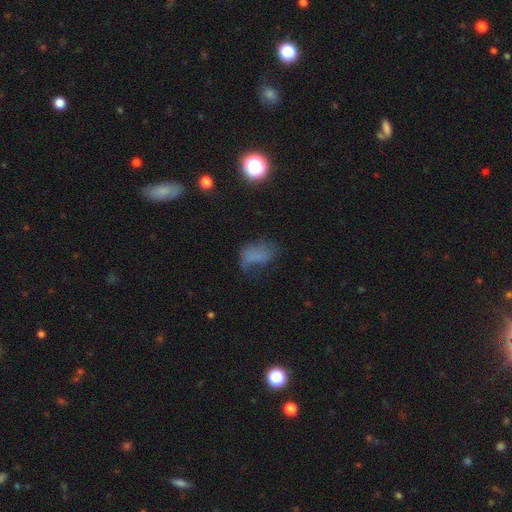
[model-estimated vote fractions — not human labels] smooth 58%, featured or disk 22%, star or artifact 20%. Down the decision tree: how rounded — in between (83%); merging — none (37%).